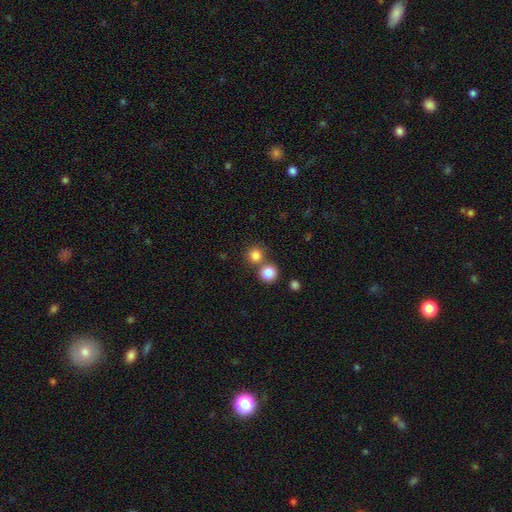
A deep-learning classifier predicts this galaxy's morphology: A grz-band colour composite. It shows a smooth galaxy with no disk features (83%) that is round (91%). Merging: none (63%).